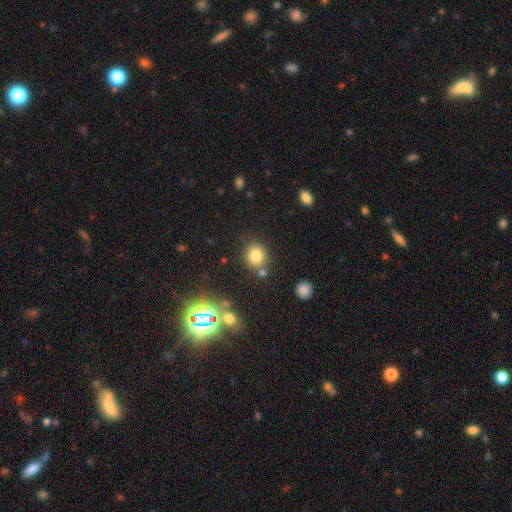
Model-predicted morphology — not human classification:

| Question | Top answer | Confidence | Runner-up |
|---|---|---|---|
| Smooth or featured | smooth | 78% | star or artifact (14%) |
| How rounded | round | 77% | in between (22%) |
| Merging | none | 75% | minor disturbance (11%) |